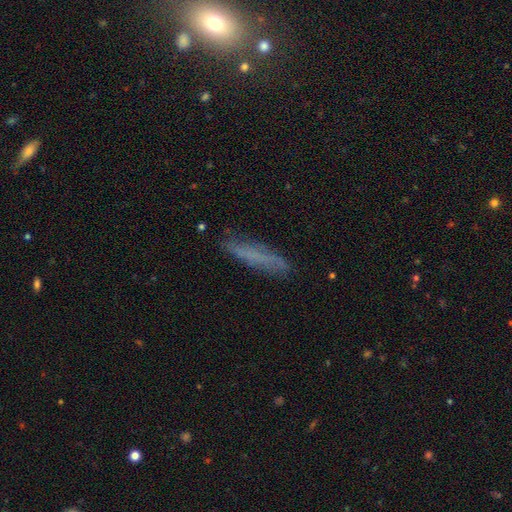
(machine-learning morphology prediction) Overall: smooth (56%; featured or disk 30%). How rounded: cigar-shaped (87%). Merging: none (78%).